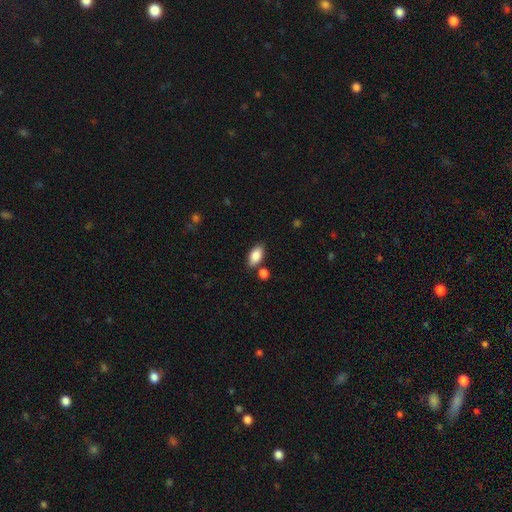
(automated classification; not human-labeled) smooth 86%, star or artifact 7%, featured or disk 7%. Down the decision tree: how rounded — in between (92%); merging — none (79%).